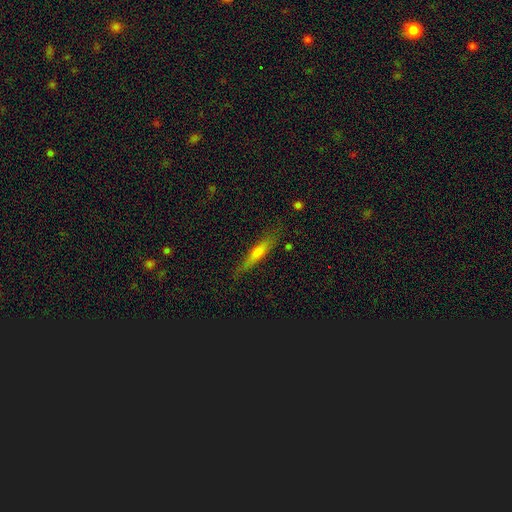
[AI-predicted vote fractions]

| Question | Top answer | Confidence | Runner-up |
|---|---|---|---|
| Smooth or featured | featured or disk | 46% | smooth (34%) |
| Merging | none | 85% | minor disturbance (12%) |